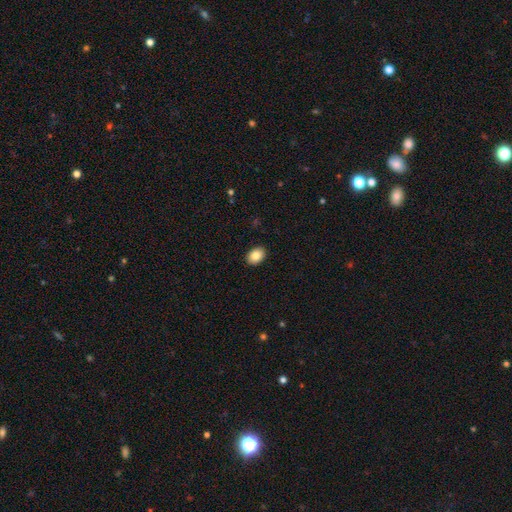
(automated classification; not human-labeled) The model was most divided on "how rounded": in between: 77%, round: 22%, cigar-shaped: 1%. More confident: merging — none (91%); smooth or featured — smooth (85%).